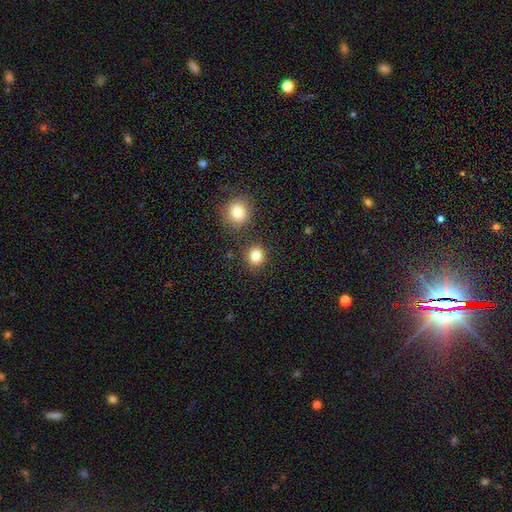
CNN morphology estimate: type=smooth (84%); roundness=round (76%); merging=none (80%).